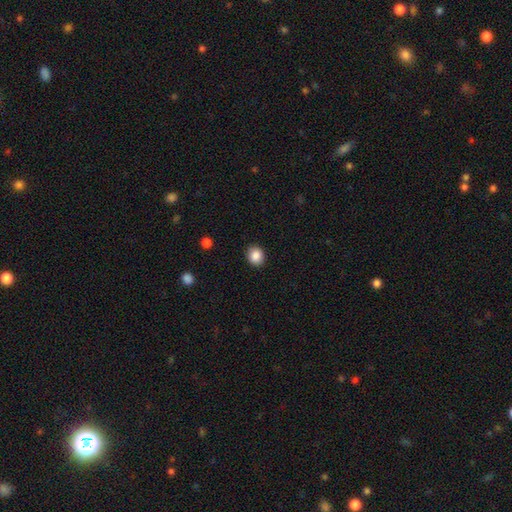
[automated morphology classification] Q: Smooth or featured?
A: smooth (87%); runner-up: star or artifact (9%)
Q: How rounded?
A: round (70%); runner-up: in between (29%)
Q: Merging?
A: none (90%); runner-up: minor disturbance (7%)